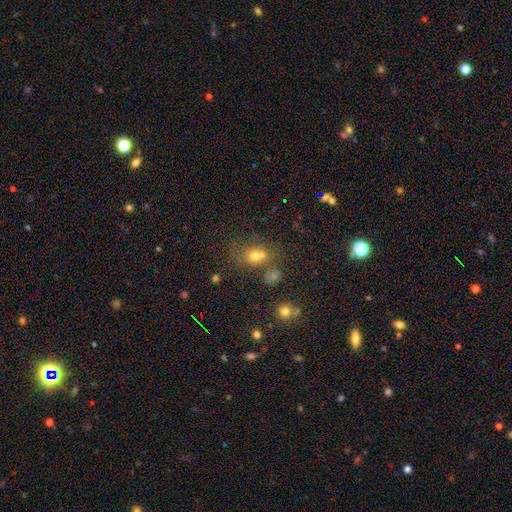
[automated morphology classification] smooth-or-featured: smooth: 66% | star or artifact: 20% | featured or disk: 14%
  how-rounded: round: 61% | in between: 38% | cigar-shaped: 1%
  merging: none: 45% | merger: 36% | minor disturbance: 12% | major disturbance: 7%